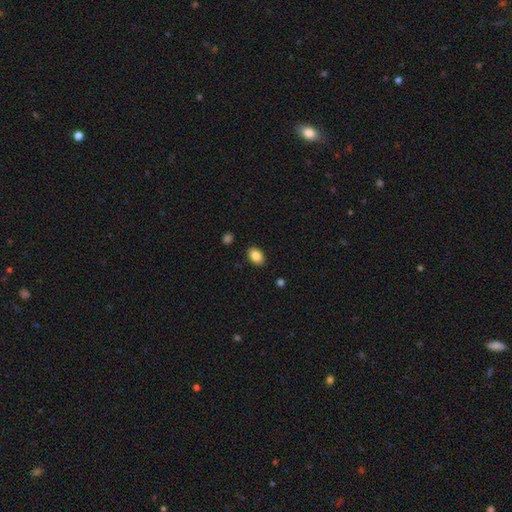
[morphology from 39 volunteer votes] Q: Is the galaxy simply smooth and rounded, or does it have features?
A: smooth — 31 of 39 (79%).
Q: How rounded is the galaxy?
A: in between — 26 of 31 (84%).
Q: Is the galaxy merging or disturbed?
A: none — 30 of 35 (86%).